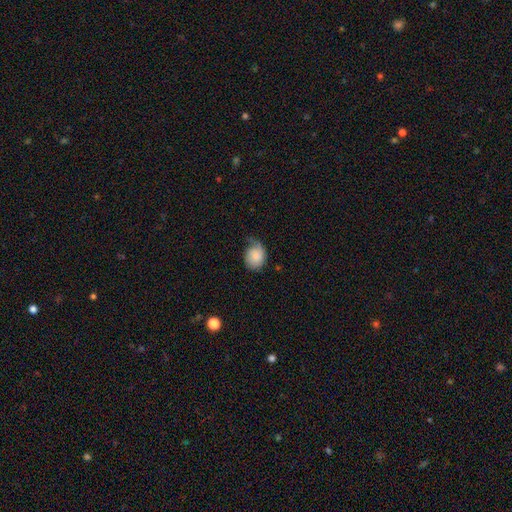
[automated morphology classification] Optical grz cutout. It shows a smooth galaxy with no disk features (79%) that is round (53%). Merging: minor disturbance (40%).